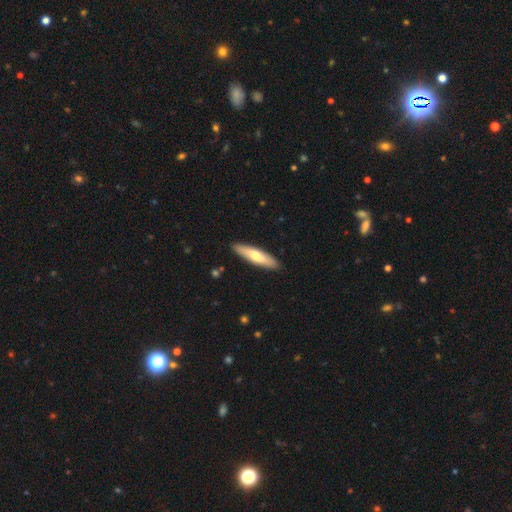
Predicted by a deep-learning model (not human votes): A smooth galaxy with no disk features (60%) that is cigar-shaped (76%). Merging: none (90%).